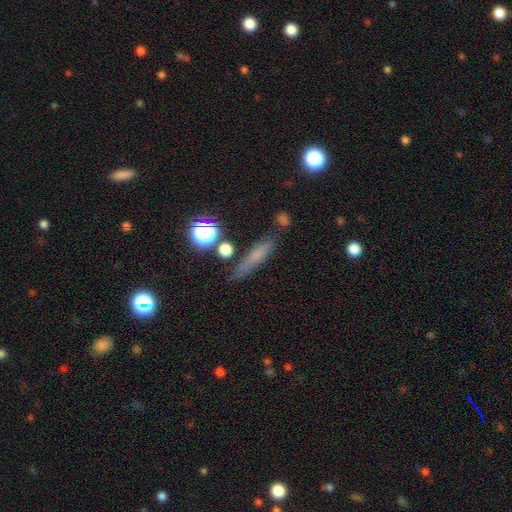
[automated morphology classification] type=smooth (58%); roundness=cigar-shaped (76%); merging=none (75%).